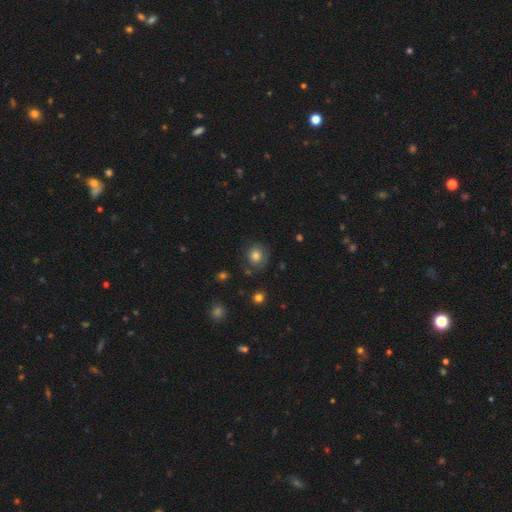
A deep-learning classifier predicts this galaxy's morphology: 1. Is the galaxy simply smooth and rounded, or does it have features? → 79% smooth, 11% star or artifact, 10% featured or disk.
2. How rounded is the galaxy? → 82% round, 17% in between, 1% cigar-shaped.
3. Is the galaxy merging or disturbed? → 77% none, 15% minor disturbance, 5% major disturbance, 3% merger.